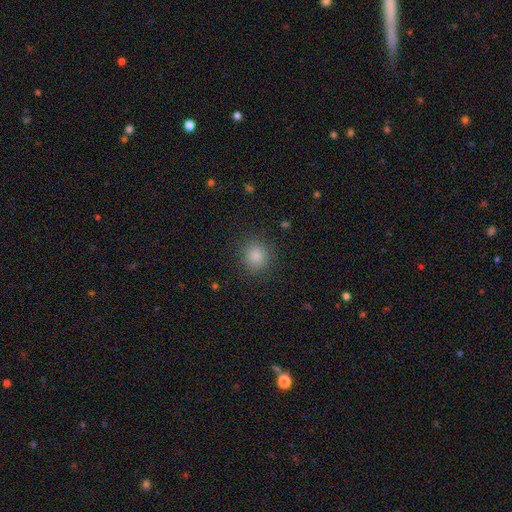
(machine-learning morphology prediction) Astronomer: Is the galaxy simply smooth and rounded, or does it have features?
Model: smooth — 82%.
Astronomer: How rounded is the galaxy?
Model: round — 87%.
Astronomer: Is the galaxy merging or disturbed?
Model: none — 90%.